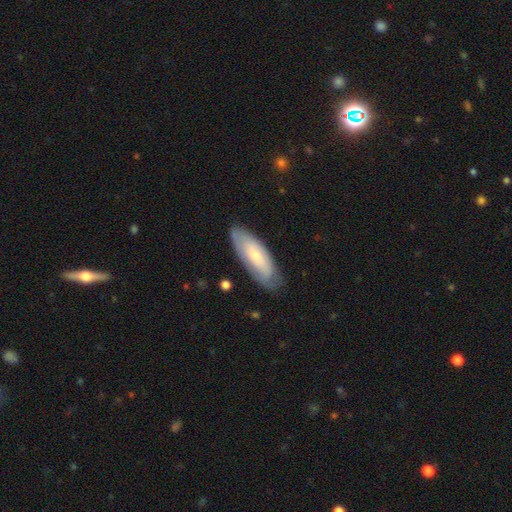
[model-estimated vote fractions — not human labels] Smooth or featured? Predicted: smooth (p=0.53). How rounded? Predicted: in between (p=0.68). Merging? Predicted: none (p=0.76).